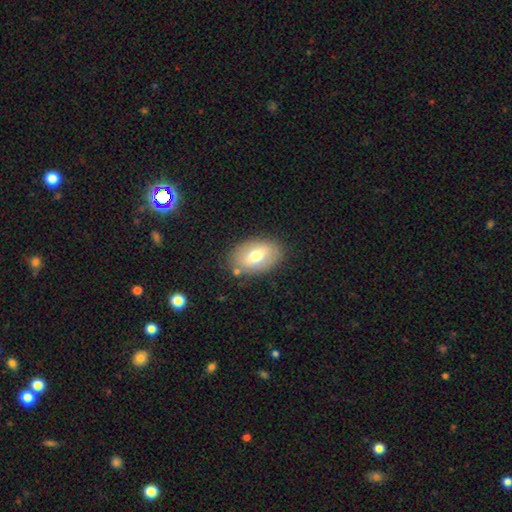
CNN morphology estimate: type=smooth (64%); roundness=in between (88%); merging=none (82%).